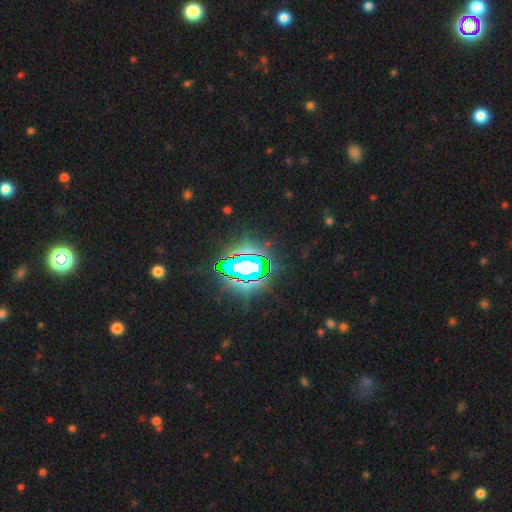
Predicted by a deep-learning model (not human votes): Q: Smooth or featured?
A: star or artifact (83%); runner-up: smooth (10%)